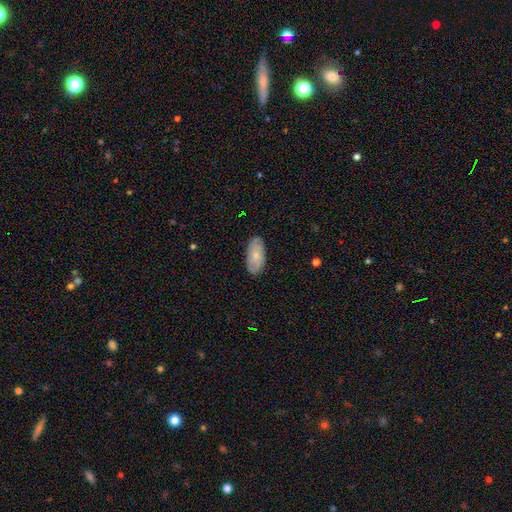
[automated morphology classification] smooth 73%, featured or disk 21%, star or artifact 6%. Down the decision tree: how rounded — in between (93%); merging — none (85%).